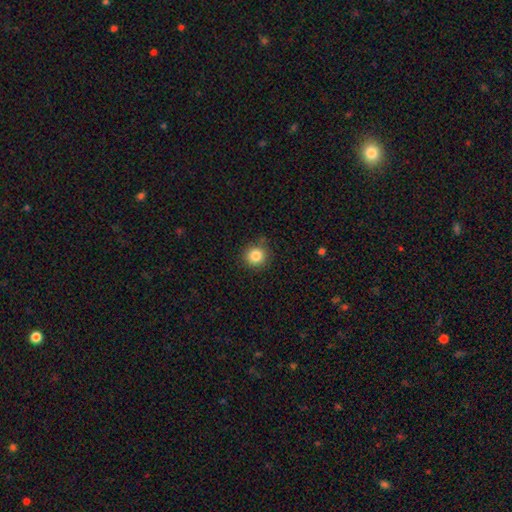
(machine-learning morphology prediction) The model was most divided on "smooth or featured": smooth: 85%, star or artifact: 10%, featured or disk: 5%. More confident: how rounded — round (94%); merging — none (87%).